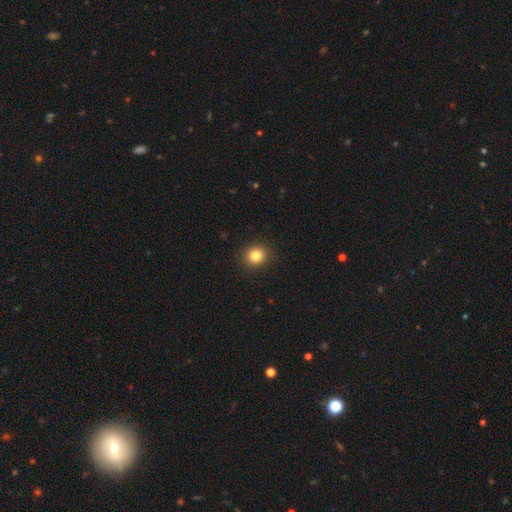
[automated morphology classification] Smooth or featured: smooth — 83% (star or artifact — 11%)
How rounded: round — 83% (in between — 16%)
Merging: none — 91% (minor disturbance — 6%)